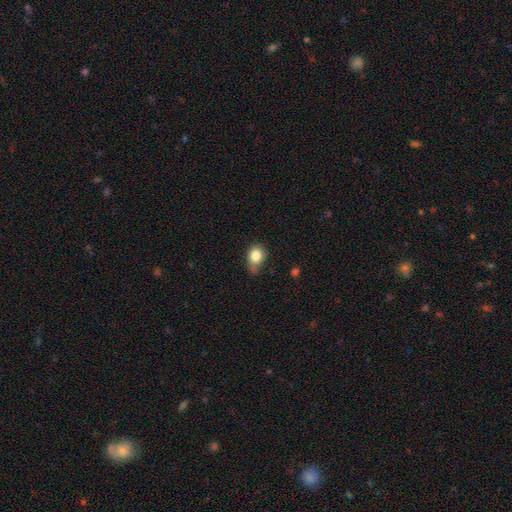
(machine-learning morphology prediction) type=smooth (82%); roundness=round (51%); merging=none (40%, tied with minor disturbance).